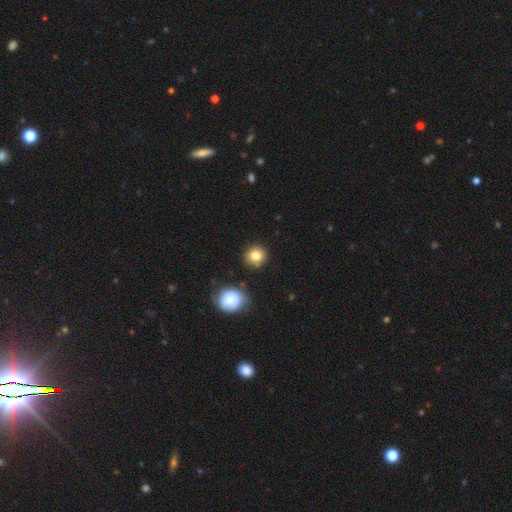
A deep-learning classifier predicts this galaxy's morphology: A smooth galaxy with no disk features (83%) that is round (90%).

Vote fractions:
- Smooth or featured? smooth: 83% / star or artifact: 9% / featured or disk: 8%
- How rounded? round: 90% / in between: 9% / cigar-shaped: 1%
- Merging? none: 85% / minor disturbance: 9% / merger: 3% / major disturbance: 2%